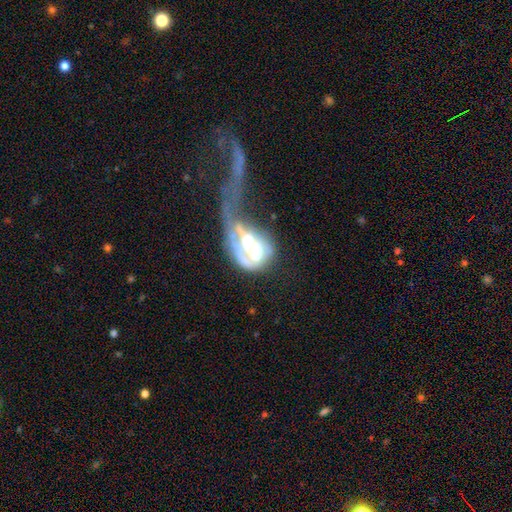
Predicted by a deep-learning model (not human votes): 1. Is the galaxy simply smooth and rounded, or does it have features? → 61% featured or disk, 29% smooth, 10% star or artifact.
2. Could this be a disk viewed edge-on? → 94% no, 6% yes.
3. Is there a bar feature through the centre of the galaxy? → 69% no, 18% weak, 13% strong.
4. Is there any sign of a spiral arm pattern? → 68% no, 32% yes.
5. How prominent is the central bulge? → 48% moderate, 30% large, 9% small, 7% dominant, 7% none.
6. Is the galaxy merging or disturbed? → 50% merger, 33% major disturbance, 10% none, 7% minor disturbance.